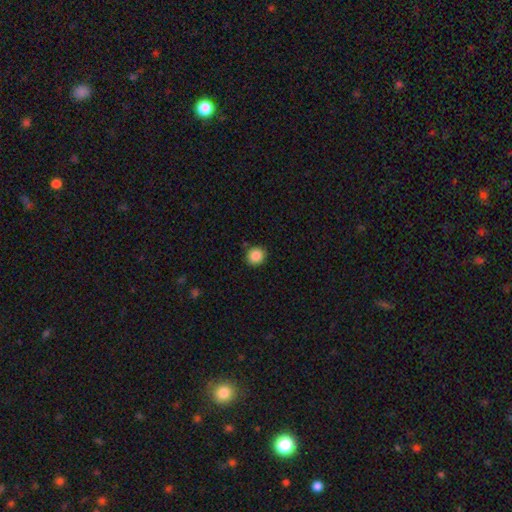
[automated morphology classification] Smooth or featured? smooth (87%)
How rounded? round (86%)
Merging? none (88%)